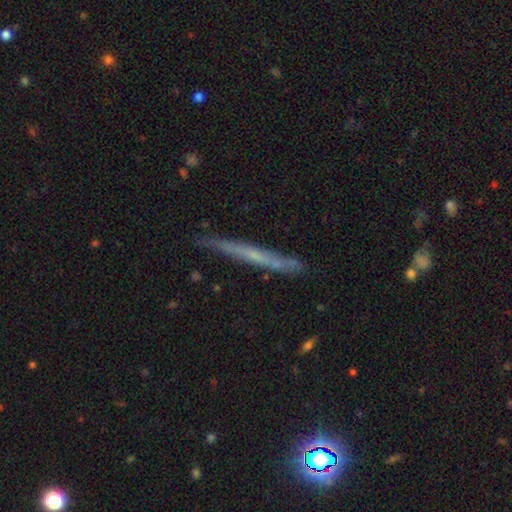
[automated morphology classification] This is possibly a featured or disk galaxy (56%). It is clearly viewed edge-on (95%). Edge-on bulge: likely none (78%). Merging: clearly none (86%).